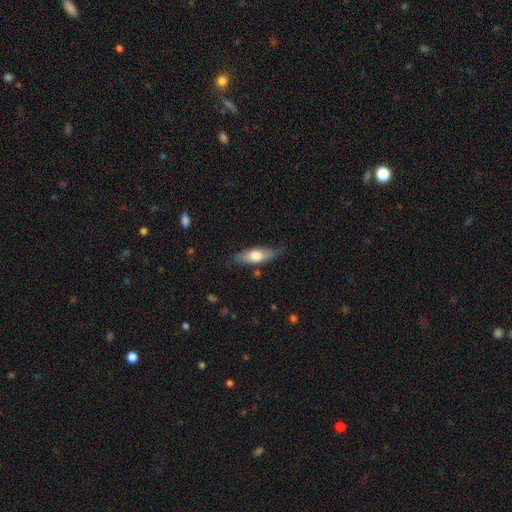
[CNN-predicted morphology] smooth 65%, featured or disk 30%, star or artifact 6%. Down the decision tree: how rounded — in between (58%); merging — none (77%).